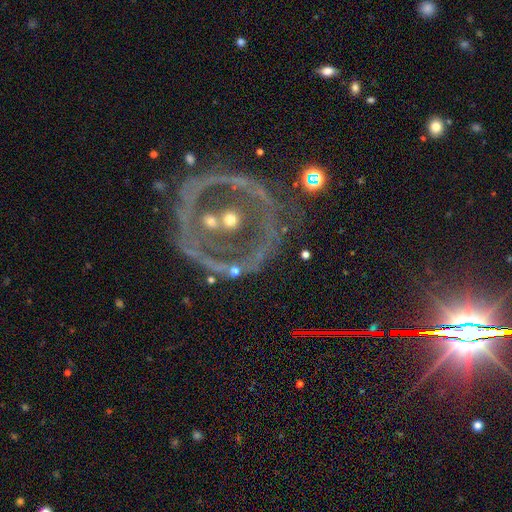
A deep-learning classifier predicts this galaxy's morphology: A featured or disk galaxy (63%) with no bar (69%), no spiral arms (75%) and a moderate central bulge (48%).

Vote fractions:
- Smooth or featured? featured or disk: 63% / star or artifact: 25% / smooth: 12%
- Edge-on disk? no: 90% / yes: 10%
- Bar? no: 69% / weak: 16% / strong: 15%
- Spiral arms? no: 75% / yes: 25%
- Bulge size? moderate: 48% / small: 27% / none: 13% / large: 7% / dominant: 4%
- Merging? none: 62% / major disturbance: 17% / minor disturbance: 15% / merger: 5%